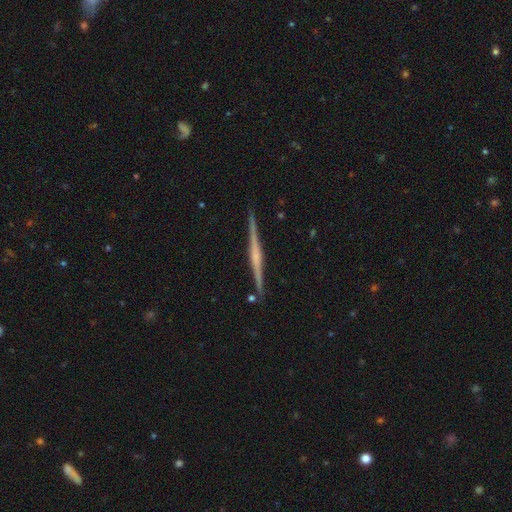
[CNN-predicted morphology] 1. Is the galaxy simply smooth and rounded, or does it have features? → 81% featured or disk, 14% smooth, 5% star or artifact.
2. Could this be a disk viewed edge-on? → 99% yes, 1% no.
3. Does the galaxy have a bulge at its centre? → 53% rounded, 27% none, 20% boxy.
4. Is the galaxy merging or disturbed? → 91% none, 6% minor disturbance, 1% merger, 1% major disturbance.